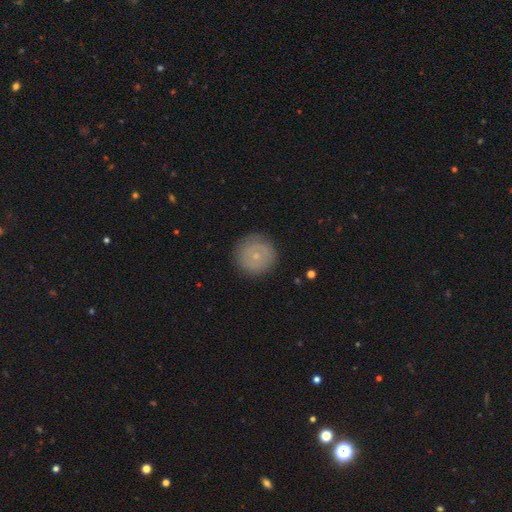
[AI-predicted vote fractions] smooth_or_featured: smooth (p=0.55) [alt: featured or disk p=0.37]
how_rounded: round (p=0.95) [alt: in between p=0.04]
merging: none (p=0.88) [alt: minor disturbance p=0.09]